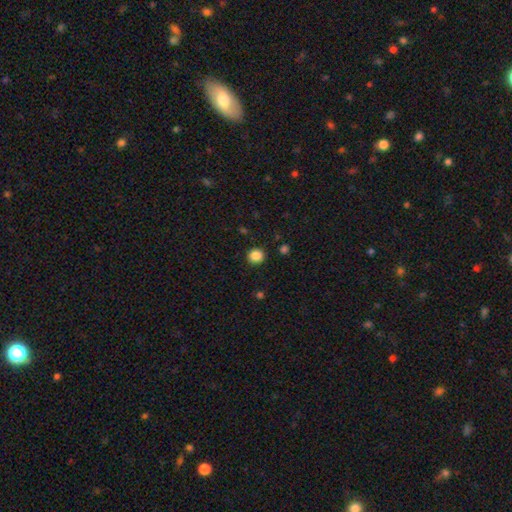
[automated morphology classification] smooth 86%, star or artifact 11%, featured or disk 3%. Down the decision tree: how rounded — round (90%); merging — none (91%).